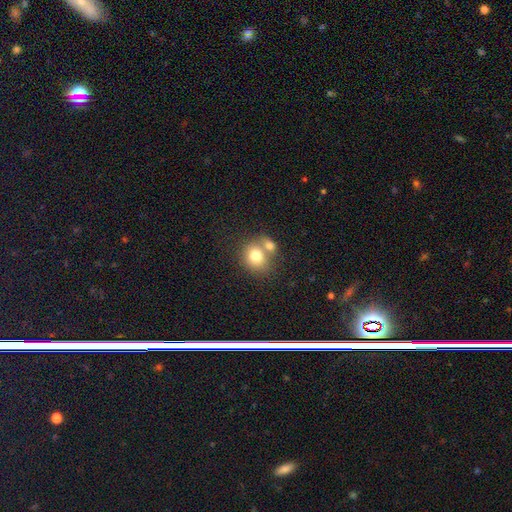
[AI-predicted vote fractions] Overall: smooth (76%). How rounded: round (71%). Merging: merger (45%; none 42%).